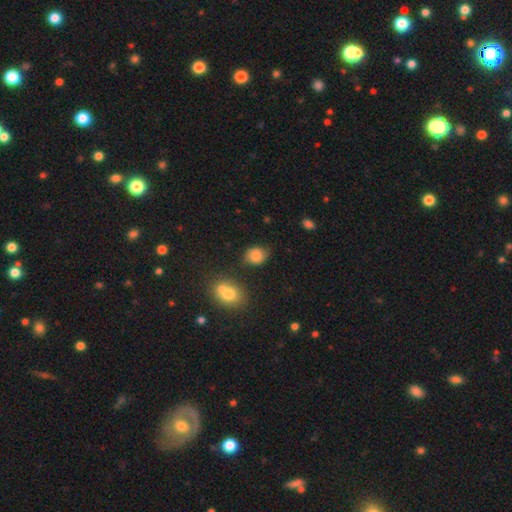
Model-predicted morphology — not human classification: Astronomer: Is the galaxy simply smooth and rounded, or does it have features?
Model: smooth — 70%.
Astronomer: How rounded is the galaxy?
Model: round — 56% (runner-up: in between, 43%).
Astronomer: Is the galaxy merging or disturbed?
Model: none — 70%.